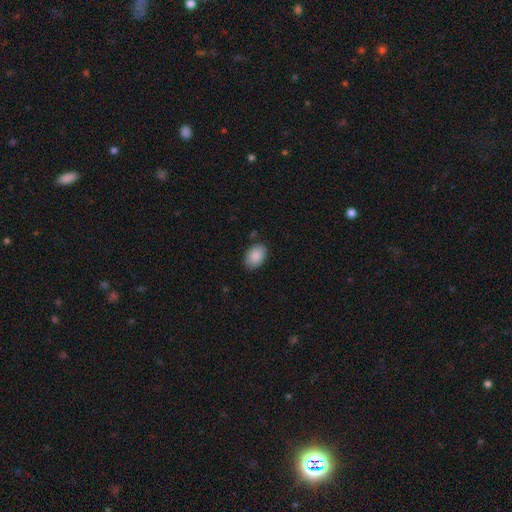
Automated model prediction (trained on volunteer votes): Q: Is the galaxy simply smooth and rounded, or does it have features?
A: smooth — 89%.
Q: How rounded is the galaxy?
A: in between — 87%.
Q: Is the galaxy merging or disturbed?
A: none — 84%.